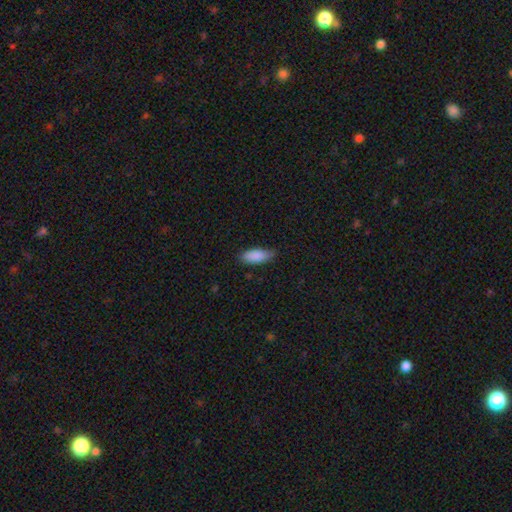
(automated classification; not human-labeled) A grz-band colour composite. It shows a smooth galaxy with no disk features (88%) that is in between round and cigar-shaped (79%). Merging: none (75%).